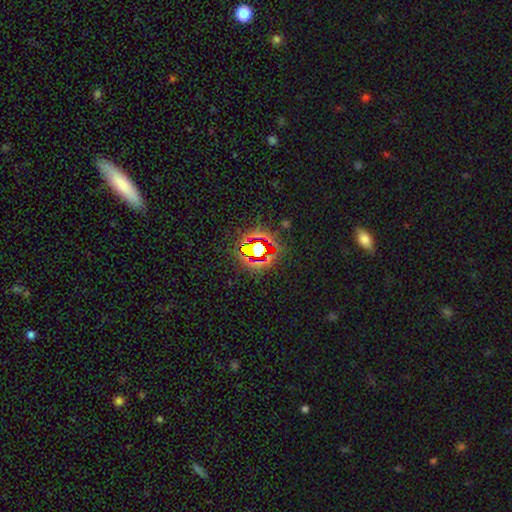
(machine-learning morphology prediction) Overall: star or artifact (72%).